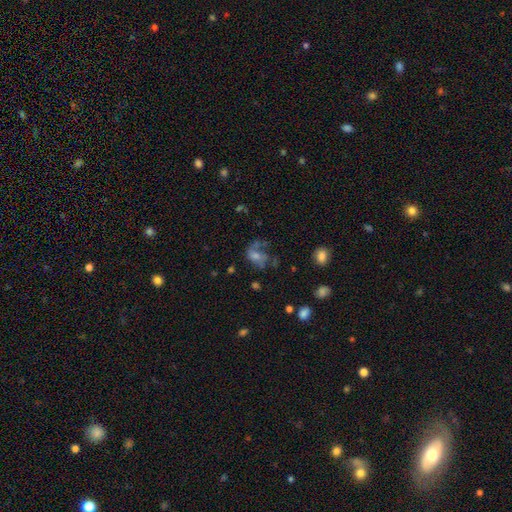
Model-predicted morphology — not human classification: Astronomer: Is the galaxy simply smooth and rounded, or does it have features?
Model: featured or disk — 48% (runner-up: smooth, 31%).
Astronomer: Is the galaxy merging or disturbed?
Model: none — 40% (runner-up: major disturbance, 33%).